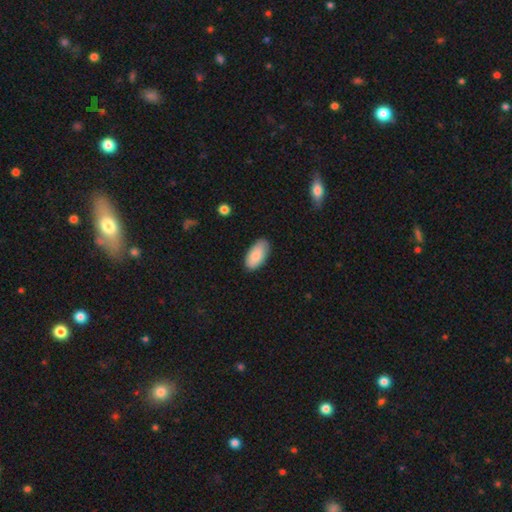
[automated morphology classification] A smooth galaxy with no disk features (87%) that is in between round and cigar-shaped (94%).

Vote fractions:
- Smooth or featured? smooth: 87% / featured or disk: 6% / star or artifact: 6%
- How rounded? in between: 94% / cigar-shaped: 4% / round: 2%
- Merging? none: 84% / minor disturbance: 13% / major disturbance: 2% / merger: 1%